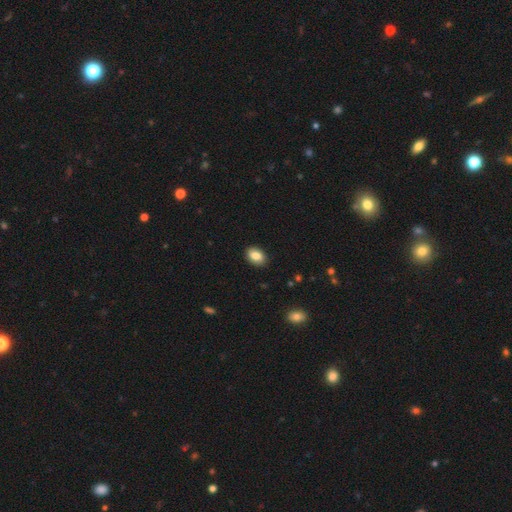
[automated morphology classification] Smooth or featured: smooth — 83% (featured or disk — 9%)
How rounded: in between — 79% (round — 20%)
Merging: none — 88% (minor disturbance — 9%)